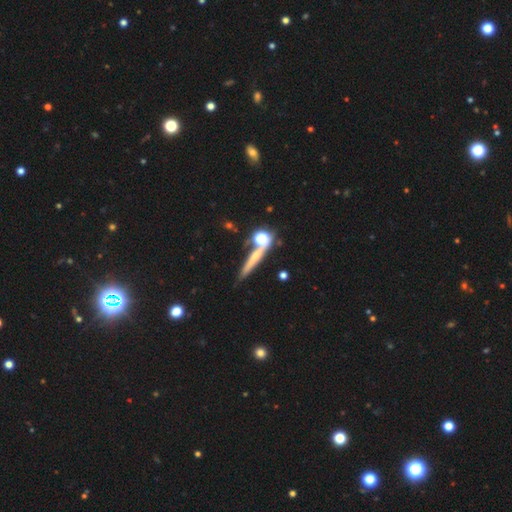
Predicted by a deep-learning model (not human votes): Overall: smooth (48%; featured or disk 36%). Merging: none (66%).